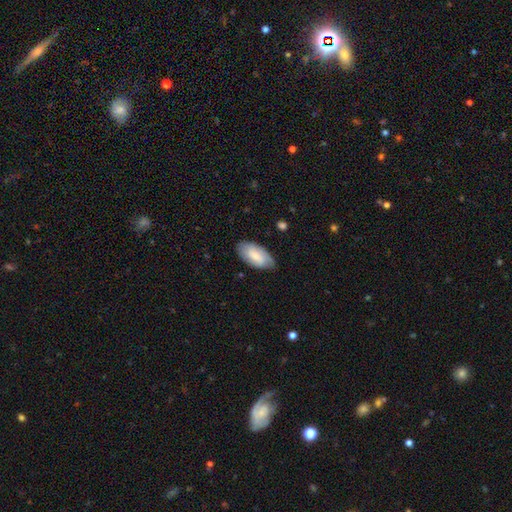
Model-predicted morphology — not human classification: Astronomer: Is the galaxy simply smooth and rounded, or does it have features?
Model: smooth — 64%.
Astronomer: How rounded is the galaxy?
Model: in between — 94%.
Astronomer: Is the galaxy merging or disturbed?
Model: none — 75%.